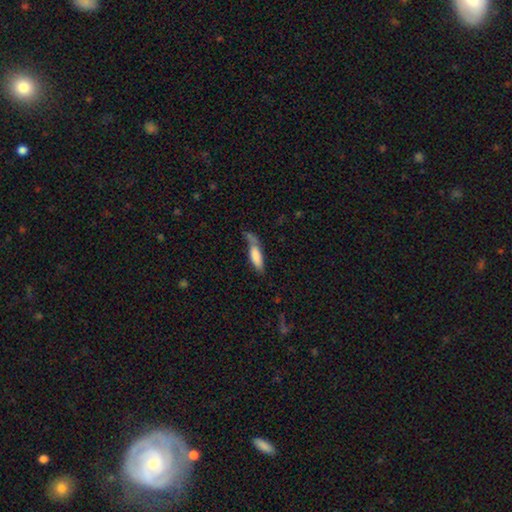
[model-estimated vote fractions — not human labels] This is likely a smooth galaxy (77%). How rounded: possibly cigar-shaped (52%). Merging: marginally none (40%).